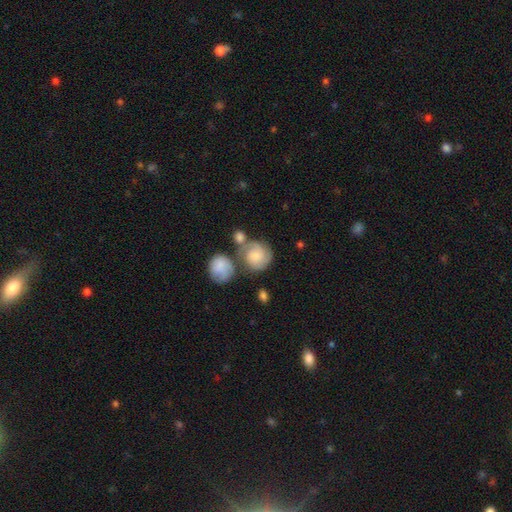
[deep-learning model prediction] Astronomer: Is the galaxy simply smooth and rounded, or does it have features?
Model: smooth — 48% (runner-up: featured or disk, 46%).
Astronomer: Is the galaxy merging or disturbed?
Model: none — 46% (runner-up: merger, 30%).